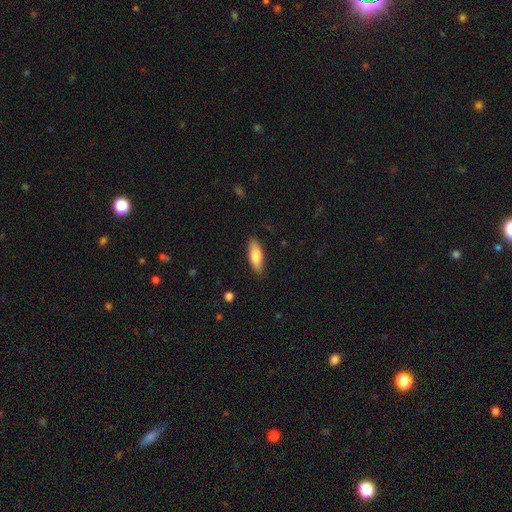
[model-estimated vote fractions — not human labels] This is clearly a smooth galaxy (80%). How rounded: likely in between (61%). Merging: clearly none (87%).